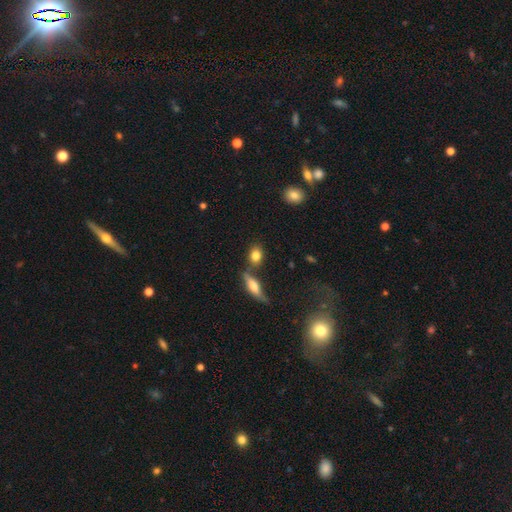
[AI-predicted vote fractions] This appears to be a smooth galaxy with no disk features (81%) that is in between round and cigar-shaped (57%). Merging: none (66%).